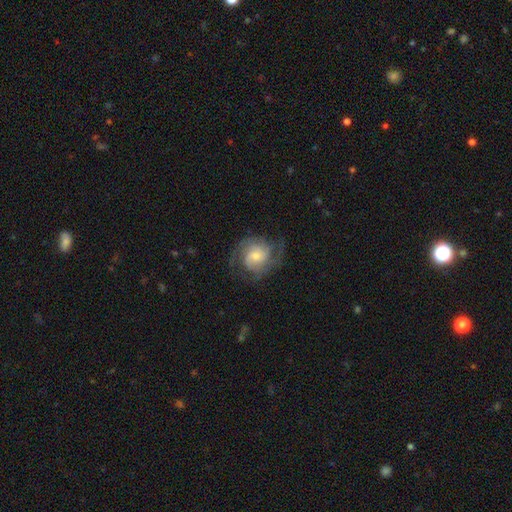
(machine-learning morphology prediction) Smooth or featured: featured or disk — 78% (smooth — 16%)
Edge-on disk: no — 98% (yes — 2%)
Bar: no — 61% (weak — 34%)
Spiral arms: yes — 95% (no — 5%)
Spiral winding: tight — 44% (medium — 43%)
Spiral arm count: 2 — 56% (can't tell — 18%)
Bulge size: moderate — 47% (small — 39%)
Merging: none — 71% (minor disturbance — 17%)